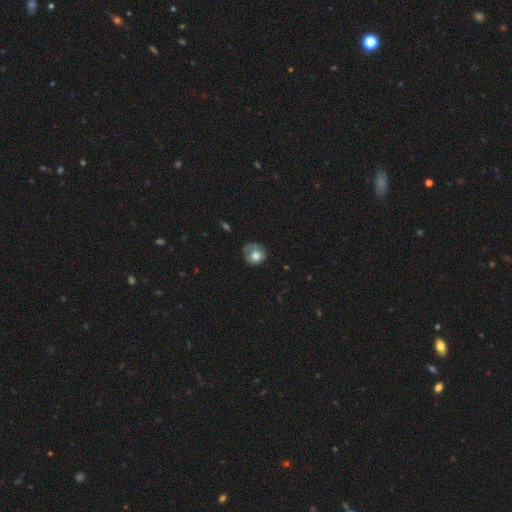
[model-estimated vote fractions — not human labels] Smooth or featured?
  - smooth: 64% *
  - featured or disk: 28%
  - star or artifact: 8%
How rounded?
  - round: 73% *
  - in between: 26%
  - cigar-shaped: 1%
Merging?
  - none: 44% *
  - minor disturbance: 31%
  - major disturbance: 21%
  - merger: 3%